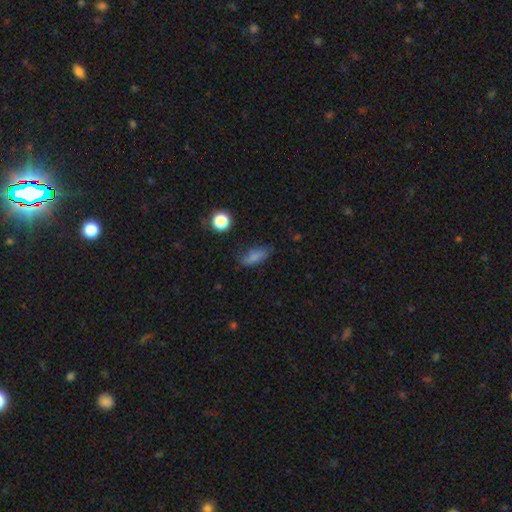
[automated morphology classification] A smooth galaxy with no disk features (73%) that is in between round and cigar-shaped (74%). Merging: none (68%).